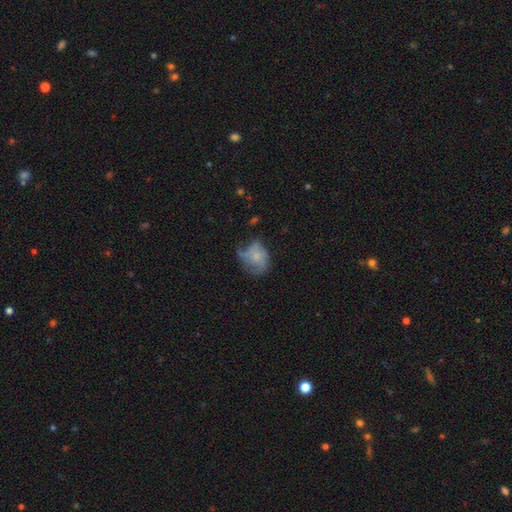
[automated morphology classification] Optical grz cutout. It shows a smooth galaxy with no disk features (46%). Merging: none (39%).